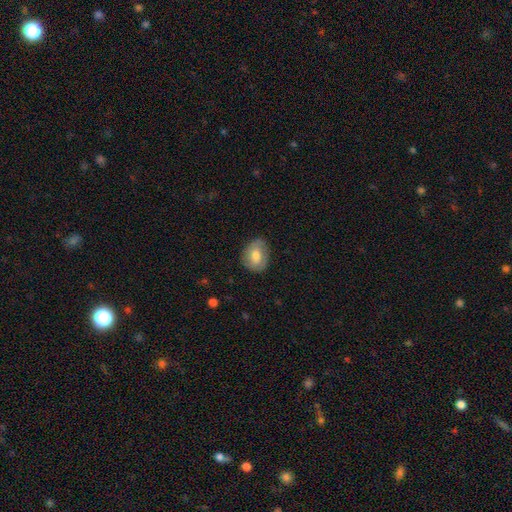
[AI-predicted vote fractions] Smooth or featured?
  - smooth: 69% *
  - featured or disk: 24%
  - star or artifact: 7%
How rounded?
  - in between: 60% *
  - round: 39%
  - cigar-shaped: 1%
Merging?
  - none: 74% *
  - minor disturbance: 21%
  - major disturbance: 5%
  - merger: 1%